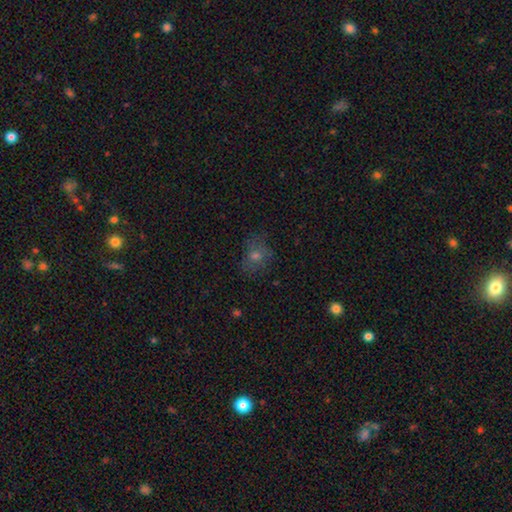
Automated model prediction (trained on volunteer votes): This is possibly a smooth galaxy (56%). How rounded: possibly round (60%). Merging: likely none (70%).